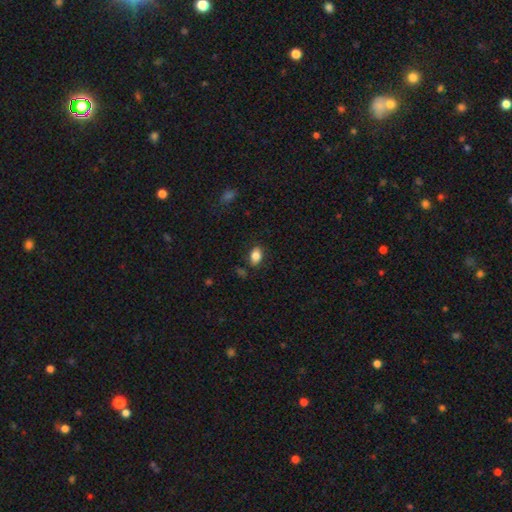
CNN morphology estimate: This appears to be a smooth galaxy with no disk features (83%) that is in between round and cigar-shaped (85%). Merging: none (83%).